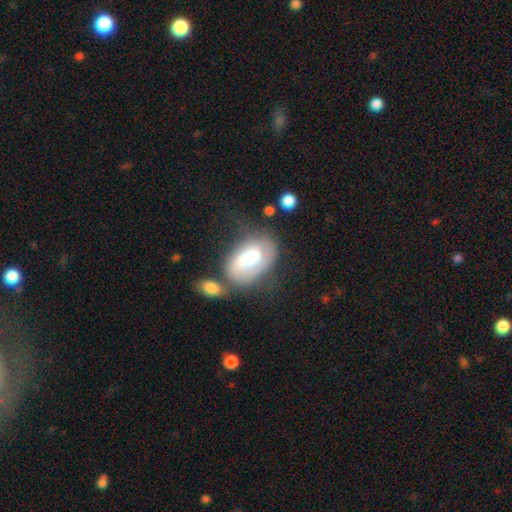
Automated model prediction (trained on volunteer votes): Morphology: type=featured or disk (53%); edge-on=no (93%); merging=none (38%).